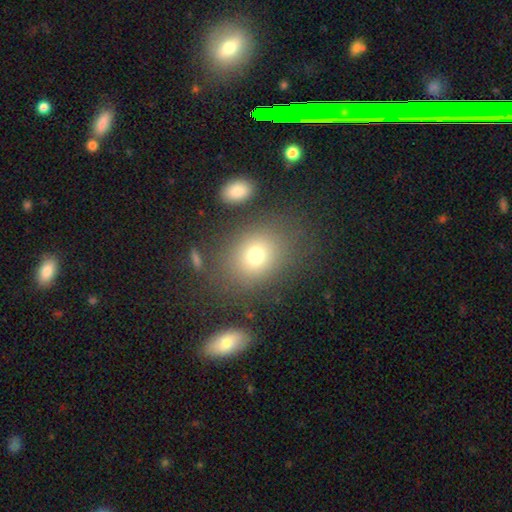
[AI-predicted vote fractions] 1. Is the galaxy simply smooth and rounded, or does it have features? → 74% smooth, 14% star or artifact, 11% featured or disk.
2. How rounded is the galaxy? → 55% round, 44% in between, 1% cigar-shaped.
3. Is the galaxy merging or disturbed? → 76% none, 12% minor disturbance, 6% major disturbance, 5% merger.